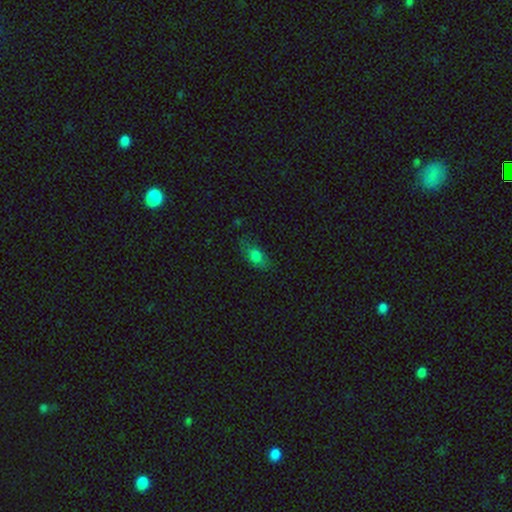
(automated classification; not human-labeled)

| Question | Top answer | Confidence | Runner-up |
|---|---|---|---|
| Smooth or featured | smooth | 77% | star or artifact (12%) |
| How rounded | in between | 82% | round (10%) |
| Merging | none | 67% | minor disturbance (23%) |